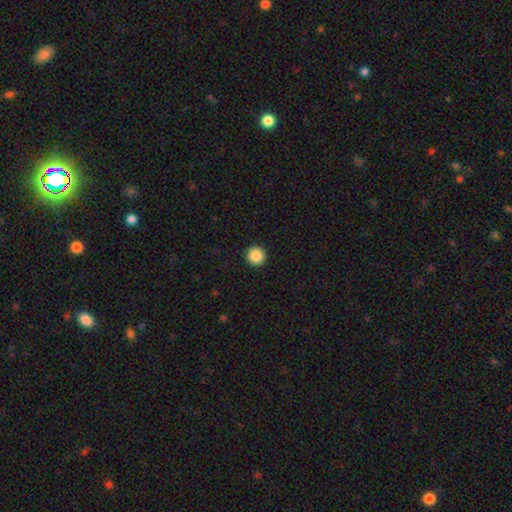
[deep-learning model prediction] Smooth or featured?
  - smooth: 87% *
  - star or artifact: 9%
  - featured or disk: 3%
How rounded?
  - round: 96% *
  - in between: 3%
  - cigar-shaped: 1%
Merging?
  - none: 94% *
  - minor disturbance: 4%
  - major disturbance: 1%
  - merger: 1%